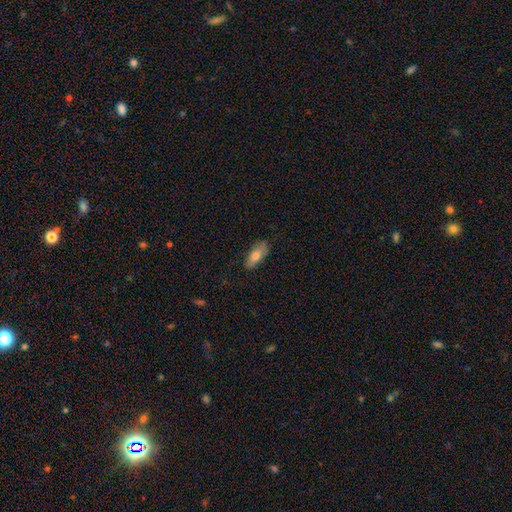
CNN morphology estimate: Overall: smooth (74%). How rounded: in between (81%). Merging: none (80%).